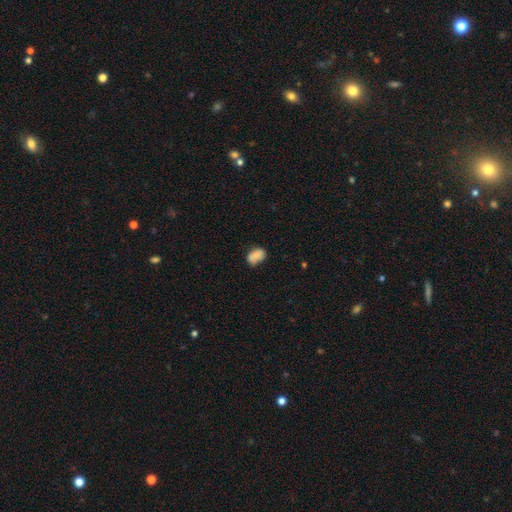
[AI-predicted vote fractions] A smooth galaxy with no disk features (76%) that is in between round and cigar-shaped (80%).

Vote fractions:
- Smooth or featured? smooth: 76% / featured or disk: 16% / star or artifact: 9%
- How rounded? in between: 80% / round: 19% / cigar-shaped: 1%
- Merging? none: 52% / minor disturbance: 31% / merger: 9% / major disturbance: 8%